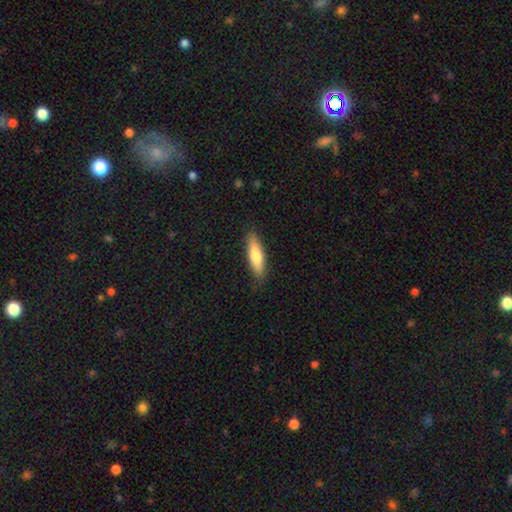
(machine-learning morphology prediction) smooth 77%, featured or disk 17%, star or artifact 5%. Down the decision tree: how rounded — cigar-shaped (64%); merging — none (86%).